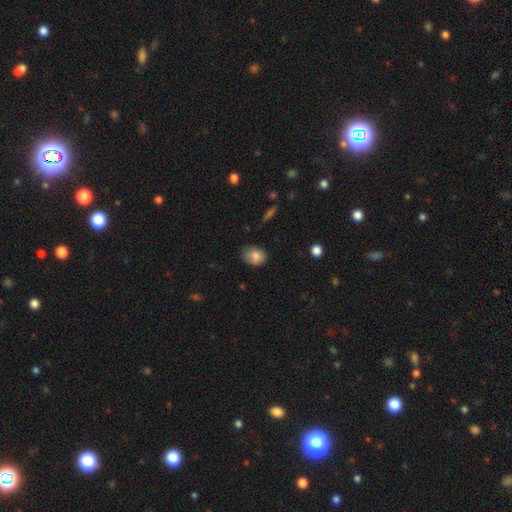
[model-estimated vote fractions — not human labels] Morphology: type=smooth (81%); roundness=in between (64%); merging=none (71%).